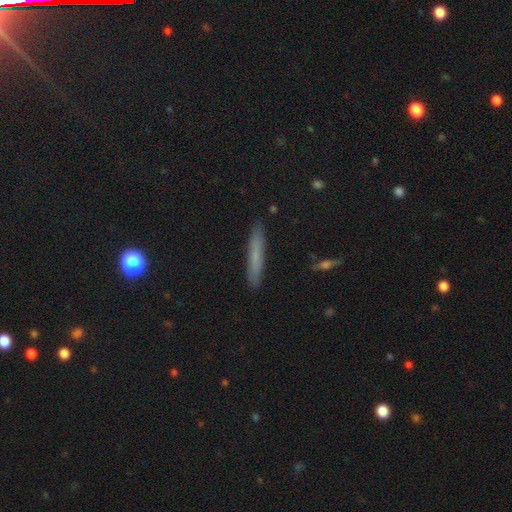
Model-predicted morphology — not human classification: A smooth galaxy with no disk features (67%) that is cigar-shaped (94%).

Vote fractions:
- Smooth or featured? smooth: 67% / featured or disk: 24% / star or artifact: 9%
- How rounded? cigar-shaped: 94% / in between: 4% / round: 2%
- Merging? none: 89% / minor disturbance: 8% / major disturbance: 2% / merger: 1%